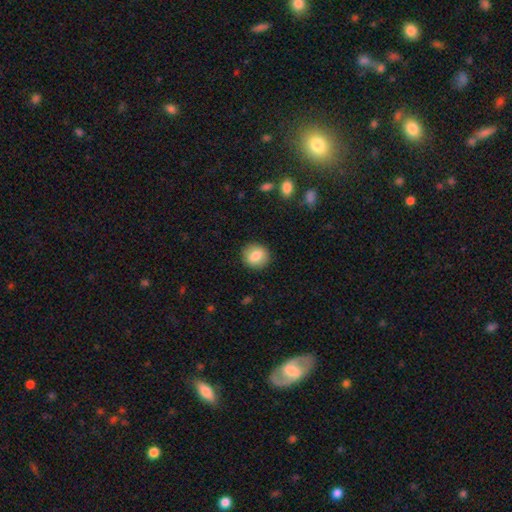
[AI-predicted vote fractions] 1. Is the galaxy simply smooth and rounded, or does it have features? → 81% smooth, 11% featured or disk, 8% star or artifact.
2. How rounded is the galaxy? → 80% round, 19% in between, 1% cigar-shaped.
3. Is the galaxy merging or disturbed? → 89% none, 8% minor disturbance, 2% major disturbance, 1% merger.